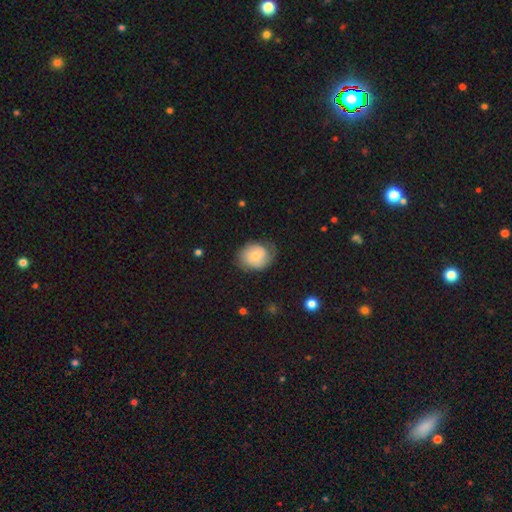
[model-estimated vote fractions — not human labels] A smooth galaxy with no disk features (54%) that is round (57%).

Vote fractions:
- Smooth or featured? smooth: 54% / featured or disk: 39% / star or artifact: 7%
- How rounded? round: 57% / in between: 42% / cigar-shaped: 1%
- Merging? none: 63% / minor disturbance: 25% / major disturbance: 10% / merger: 1%